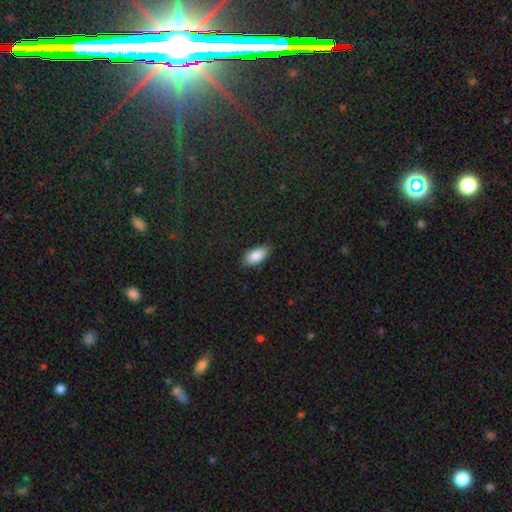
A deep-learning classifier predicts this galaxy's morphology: Smooth or featured? Predicted: smooth (p=0.87). How rounded? Predicted: in between (p=0.92). Merging? Predicted: none (p=0.83).